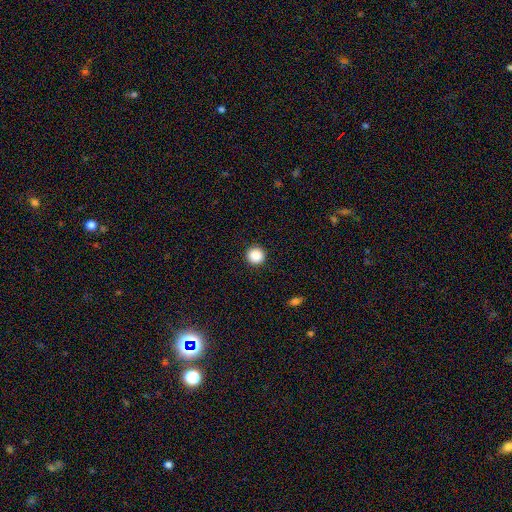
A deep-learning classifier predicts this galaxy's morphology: Smooth or featured?
  - smooth: 88% *
  - star or artifact: 9%
  - featured or disk: 2%
How rounded?
  - round: 96% *
  - in between: 3%
  - cigar-shaped: 1%
Merging?
  - none: 93% *
  - minor disturbance: 5%
  - major disturbance: 2%
  - merger: 1%